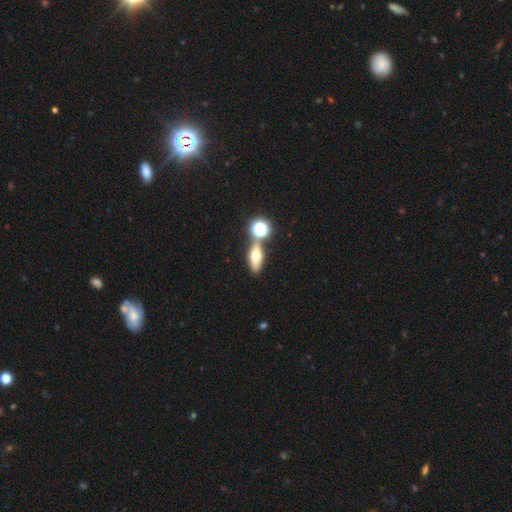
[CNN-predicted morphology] The model was most divided on "smooth or featured": smooth: 61%, featured or disk: 26%, star or artifact: 14%. More confident: merging — none (68%); how rounded — in between (63%).